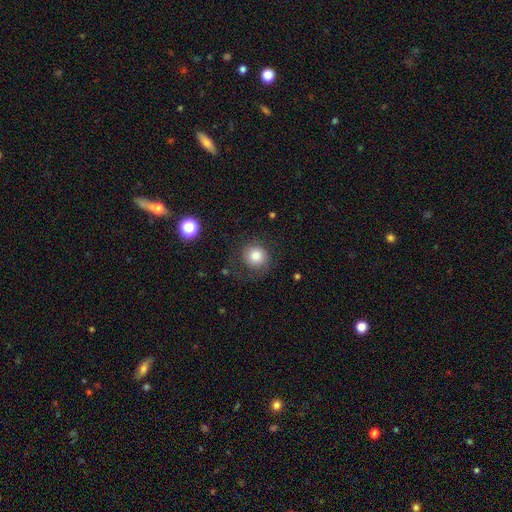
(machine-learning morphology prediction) This is likely a smooth galaxy (74%). How rounded: clearly round (89%). Merging: likely none (69%).